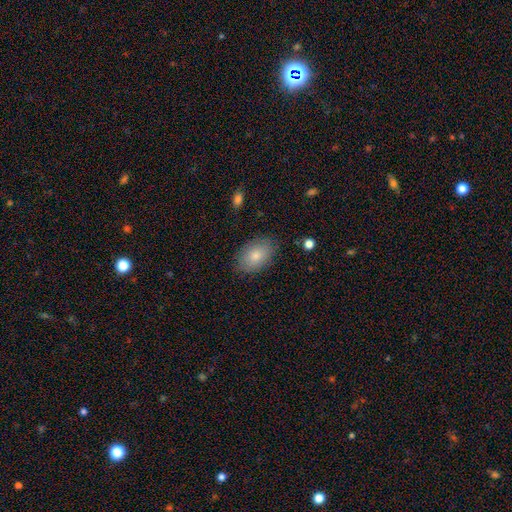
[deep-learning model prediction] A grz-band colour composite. It shows a smooth galaxy with no disk features (81%) that is in between round and cigar-shaped (89%). Merging: none (83%).